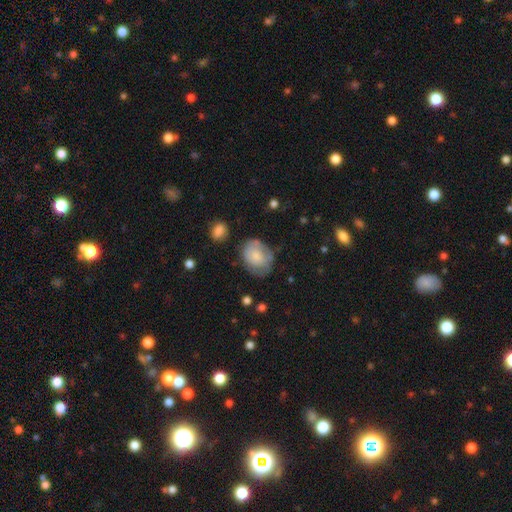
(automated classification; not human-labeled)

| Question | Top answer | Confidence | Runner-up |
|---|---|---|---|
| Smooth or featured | smooth | 69% | featured or disk (24%) |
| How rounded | in between | 57% | round (42%) |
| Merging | none | 51% | minor disturbance (32%) |